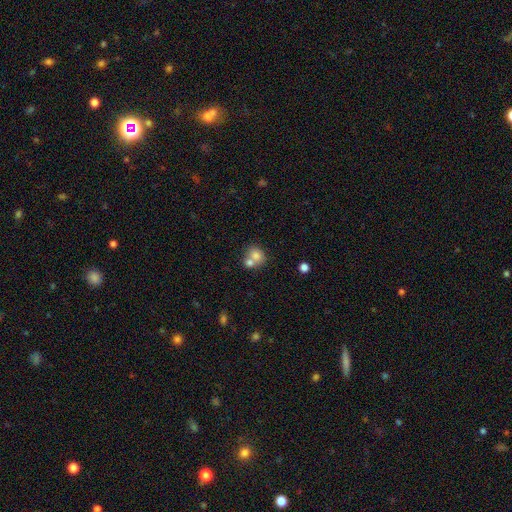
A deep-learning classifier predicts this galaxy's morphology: Smooth or featured? Predicted: smooth (p=0.77). How rounded? Predicted: round (p=0.66). Merging? Predicted: merger (p=0.54).